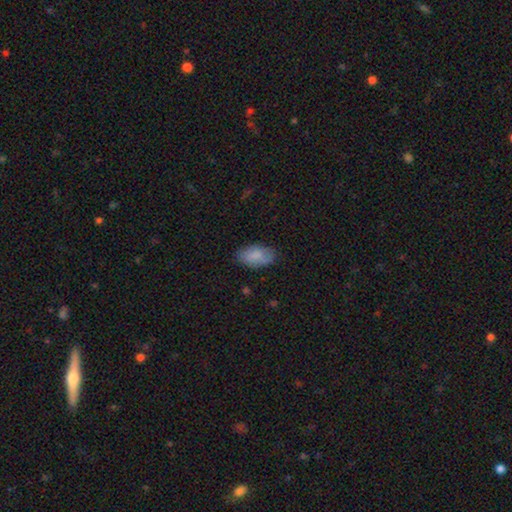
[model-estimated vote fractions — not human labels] smooth-or-featured: smooth: 84% | featured or disk: 9% | star or artifact: 7%
  how-rounded: in between: 94% | round: 4% | cigar-shaped: 2%
  merging: none: 78% | minor disturbance: 17% | major disturbance: 4% | merger: 1%